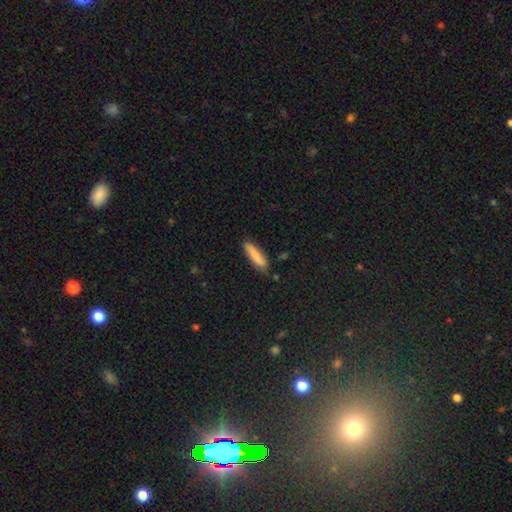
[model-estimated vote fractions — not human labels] smooth 82%, featured or disk 12%, star or artifact 6%. Down the decision tree: how rounded — cigar-shaped (71%); merging — none (78%).